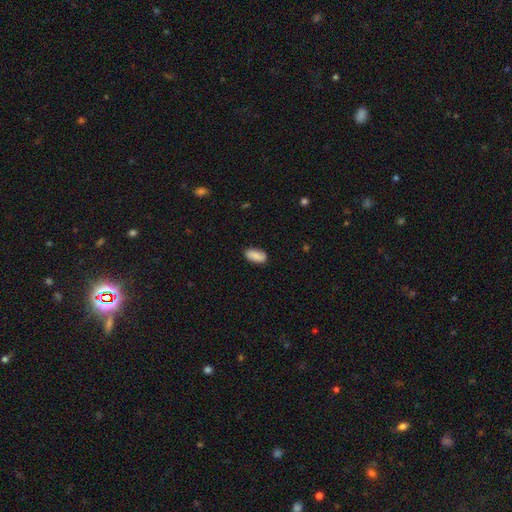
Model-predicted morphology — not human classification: A smooth galaxy with no disk features (83%) that is in between round and cigar-shaped (92%). Merging: none (85%).